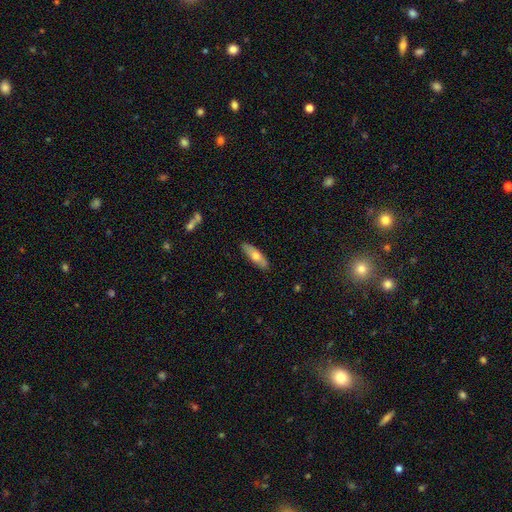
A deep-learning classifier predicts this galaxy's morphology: A smooth galaxy with no disk features (64%) that is cigar-shaped (52%). Merging: none (87%).